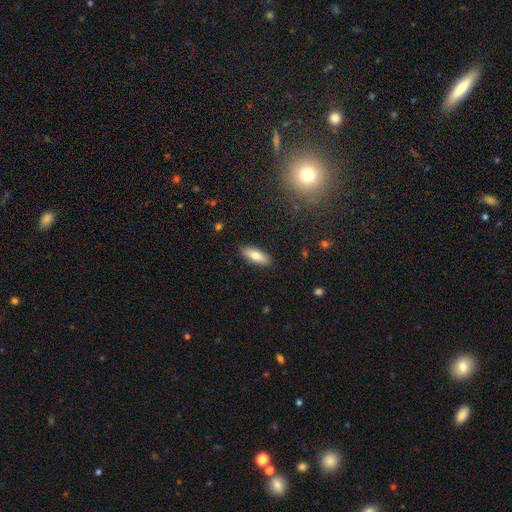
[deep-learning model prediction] A smooth galaxy with no disk features (78%) that is in between round and cigar-shaped (64%). Merging: none (88%).